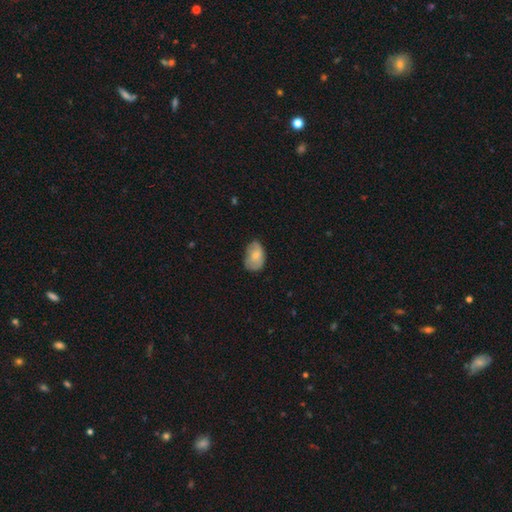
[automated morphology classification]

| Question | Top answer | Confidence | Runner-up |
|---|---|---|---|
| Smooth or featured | smooth | 67% | featured or disk (27%) |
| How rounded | in between | 85% | round (14%) |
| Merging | none | 58% | minor disturbance (33%) |